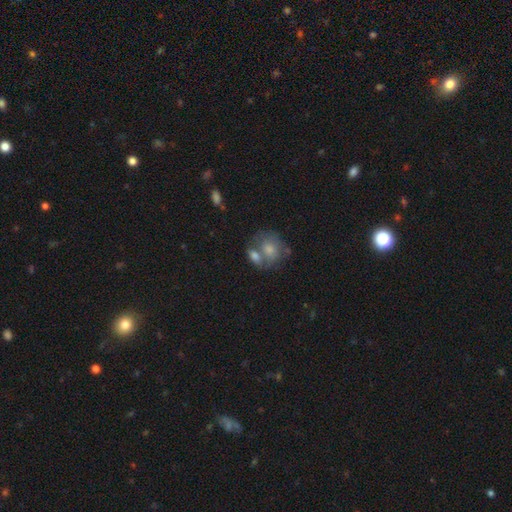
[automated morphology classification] Smooth or featured? smooth (68%)
How rounded? in between (50%)
Merging? merger (46%)